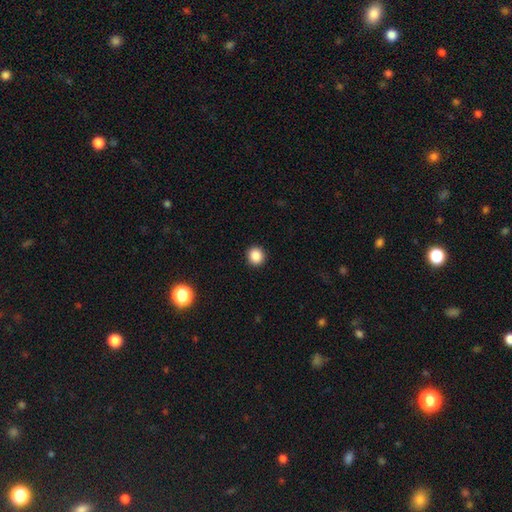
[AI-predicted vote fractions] Morphology: type=smooth (87%); roundness=round (91%); merging=none (93%).